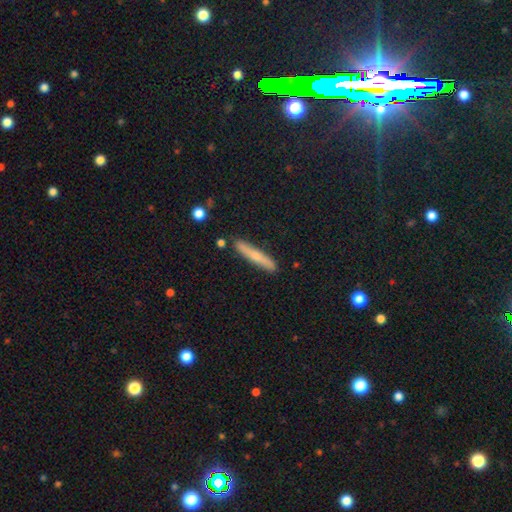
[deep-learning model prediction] This appears to be a smooth galaxy with no disk features (58%) that is cigar-shaped (93%). Merging: none (87%).